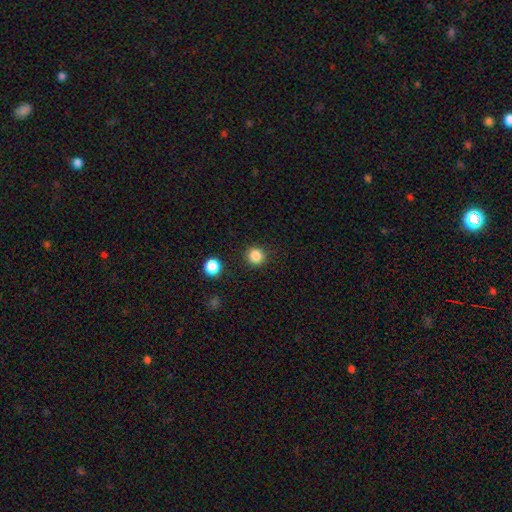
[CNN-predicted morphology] Q: Smooth or featured?
A: smooth (85%); runner-up: star or artifact (11%)
Q: How rounded?
A: round (93%); runner-up: in between (7%)
Q: Merging?
A: none (89%); runner-up: minor disturbance (6%)